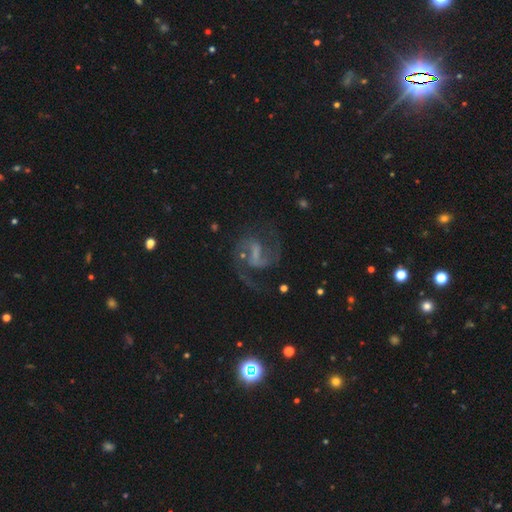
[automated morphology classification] A featured or disk galaxy (87%) with a weak bar (47%), 2 (91%) medium (59%) spiral arms (97%) and no central bulge (48%).

Vote fractions:
- Smooth or featured? featured or disk: 87% / star or artifact: 7% / smooth: 6%
- Edge-on disk? no: 98% / yes: 2%
- Bar? weak: 47% / strong: 37% / no: 15%
- Spiral arms? yes: 97% / no: 3%
- Spiral winding? medium: 59% / loose: 29% / tight: 12%
- Spiral arm count? 2: 91% / can't tell: 2% / 1: 2% / 3: 2% / 4: 1% / more than 4: 1%
- Bulge size? none: 48% / small: 32% / moderate: 15% / large: 4% / dominant: 1%
- Merging? none: 69% / minor disturbance: 15% / major disturbance: 13% / merger: 3%